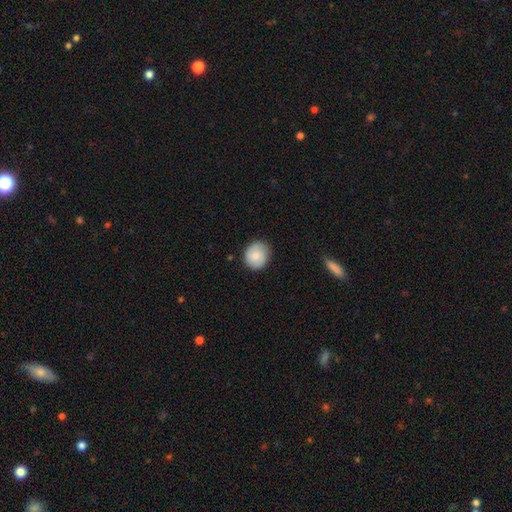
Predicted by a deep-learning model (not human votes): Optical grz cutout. It shows a smooth galaxy with no disk features (64%) that is round (84%). Merging: none (82%).